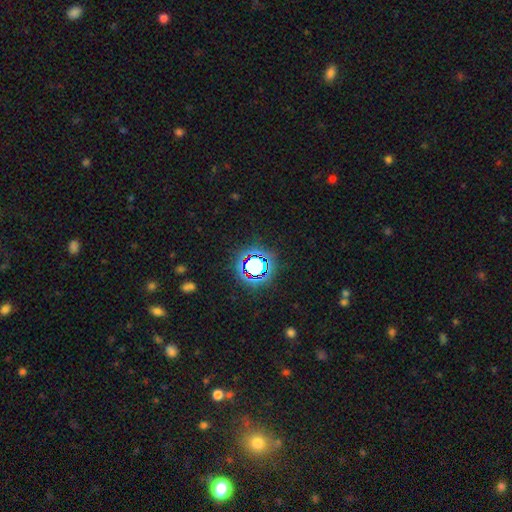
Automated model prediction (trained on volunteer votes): Smooth or featured? star or artifact (74%)